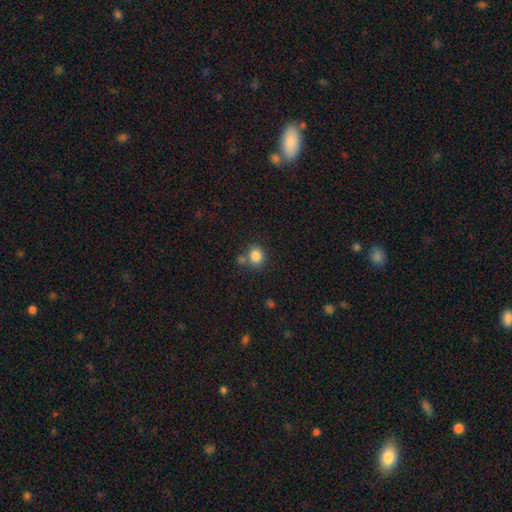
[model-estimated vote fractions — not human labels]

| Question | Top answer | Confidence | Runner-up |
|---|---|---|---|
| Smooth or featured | smooth | 84% | star or artifact (10%) |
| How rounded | round | 80% | in between (19%) |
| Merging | none | 66% | merger (19%) |